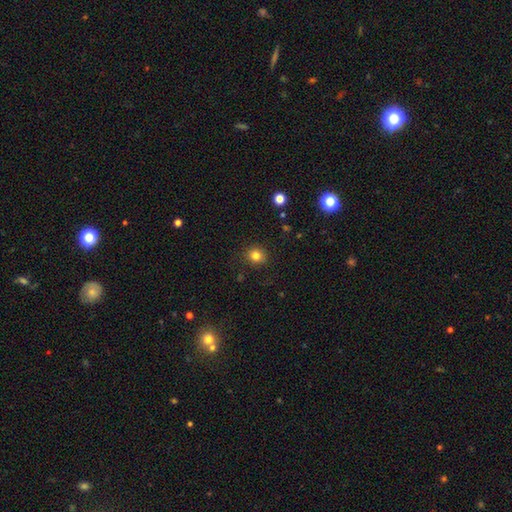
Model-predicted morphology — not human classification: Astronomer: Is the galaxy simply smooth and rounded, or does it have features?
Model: smooth — 82%.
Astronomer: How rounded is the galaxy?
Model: round — 81%.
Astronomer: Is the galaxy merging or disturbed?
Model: none — 88%.